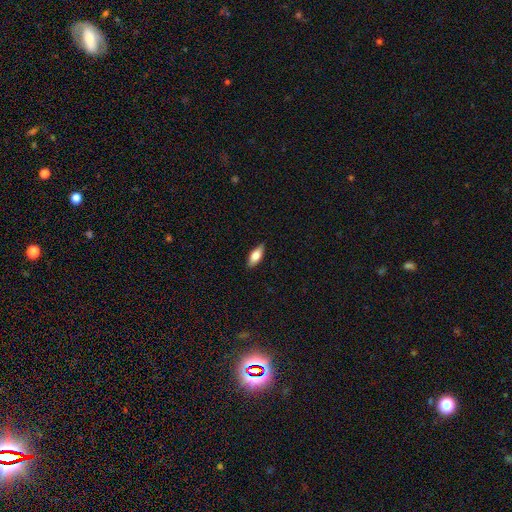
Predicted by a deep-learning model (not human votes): Smooth or featured: smooth — 77% (featured or disk — 17%)
How rounded: in between — 78% (cigar-shaped — 20%)
Merging: none — 88% (minor disturbance — 10%)